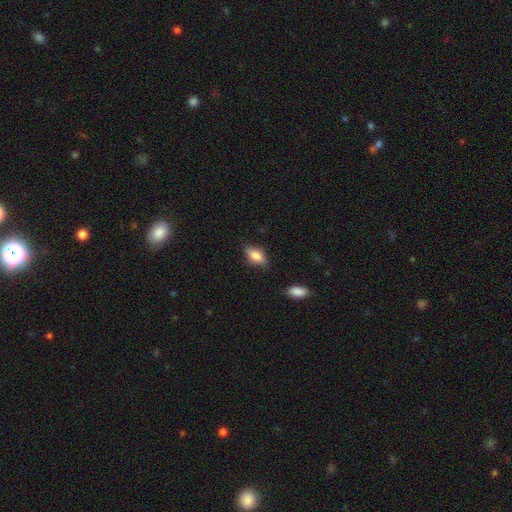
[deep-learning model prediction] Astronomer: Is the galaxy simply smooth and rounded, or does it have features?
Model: smooth — 74%.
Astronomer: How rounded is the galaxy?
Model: in between — 81%.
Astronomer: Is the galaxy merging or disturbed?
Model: none — 75%.